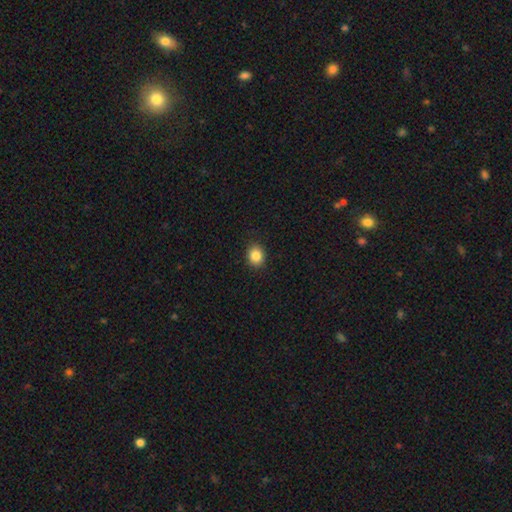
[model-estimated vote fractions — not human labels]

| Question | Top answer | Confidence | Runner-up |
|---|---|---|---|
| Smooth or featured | smooth | 86% | star or artifact (10%) |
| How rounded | round | 63% | in between (36%) |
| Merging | none | 90% | minor disturbance (7%) |